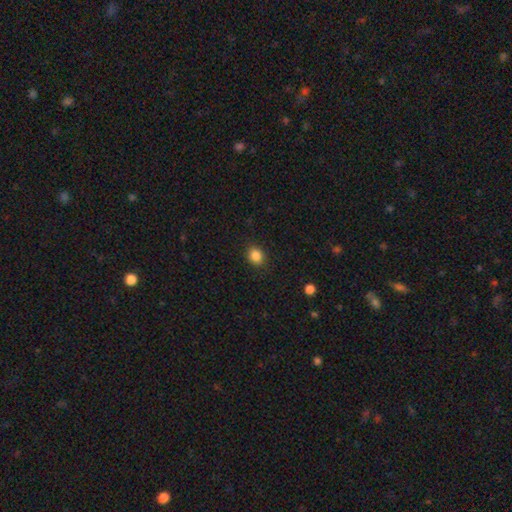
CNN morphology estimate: Smooth or featured? Predicted: smooth (p=0.86). How rounded? Predicted: round (p=0.60). Merging? Predicted: none (p=0.89).